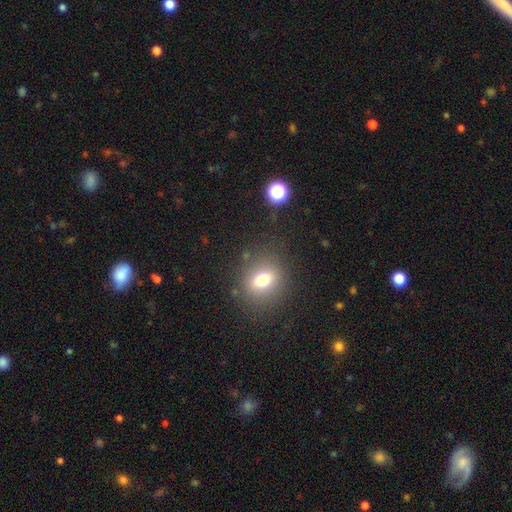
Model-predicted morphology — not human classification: Smooth or featured: smooth — 68% (star or artifact — 20%)
How rounded: round — 66% (in between — 32%)
Merging: none — 87% (minor disturbance — 8%)